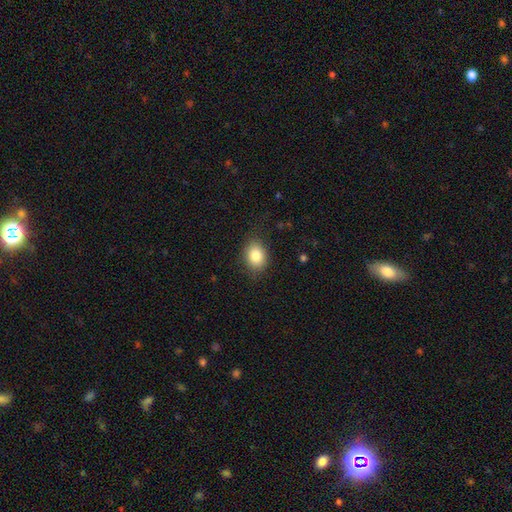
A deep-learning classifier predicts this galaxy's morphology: Q: Smooth or featured?
A: smooth (84%); runner-up: star or artifact (9%)
Q: How rounded?
A: in between (67%); runner-up: round (32%)
Q: Merging?
A: none (82%); runner-up: minor disturbance (13%)